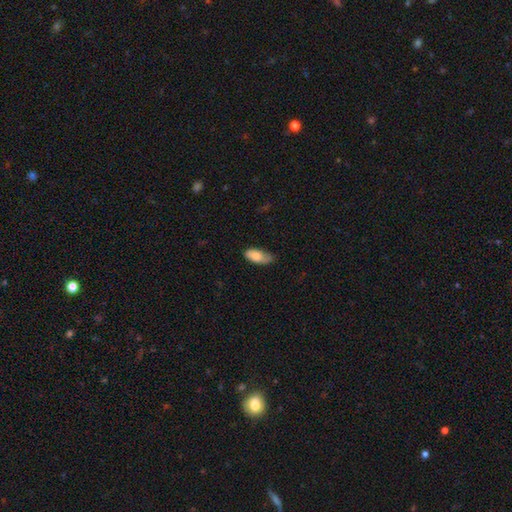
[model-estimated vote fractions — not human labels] smooth 77%, featured or disk 17%, star or artifact 6%. Down the decision tree: how rounded — in between (88%); merging — none (57%).